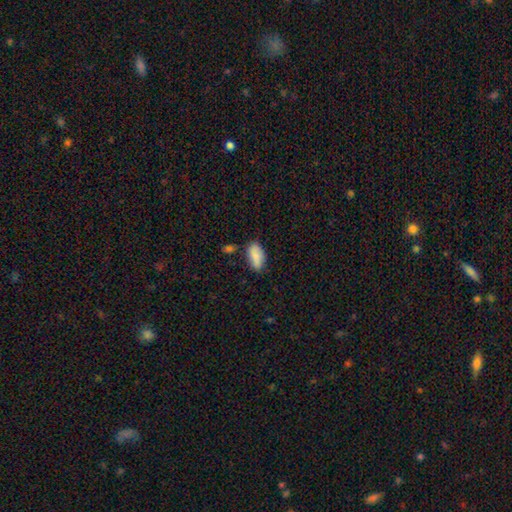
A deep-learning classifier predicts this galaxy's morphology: type=smooth (86%); roundness=in between (92%); merging=none (69%).